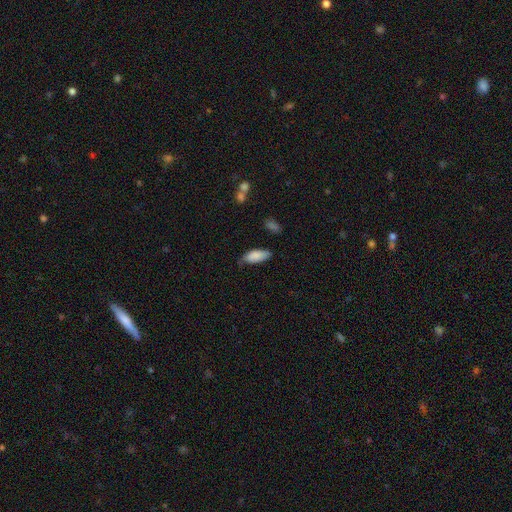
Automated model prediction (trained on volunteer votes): Smooth or featured?
  - smooth: 85% *
  - featured or disk: 8%
  - star or artifact: 6%
How rounded?
  - in between: 82% *
  - cigar-shaped: 16%
  - round: 2%
Merging?
  - none: 63% *
  - minor disturbance: 29%
  - major disturbance: 6%
  - merger: 2%